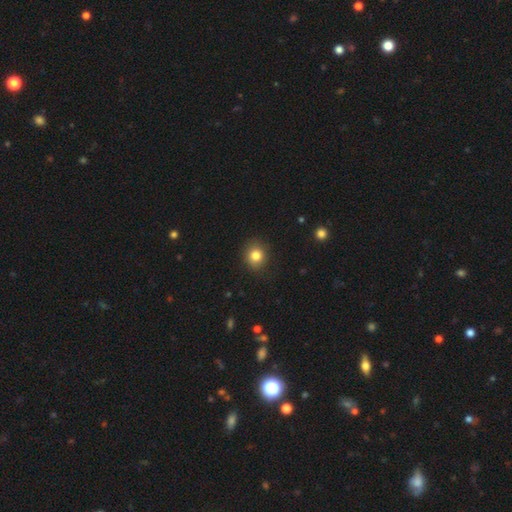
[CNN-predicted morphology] This is clearly a smooth galaxy (83%). How rounded: likely round (80%). Merging: clearly none (88%).